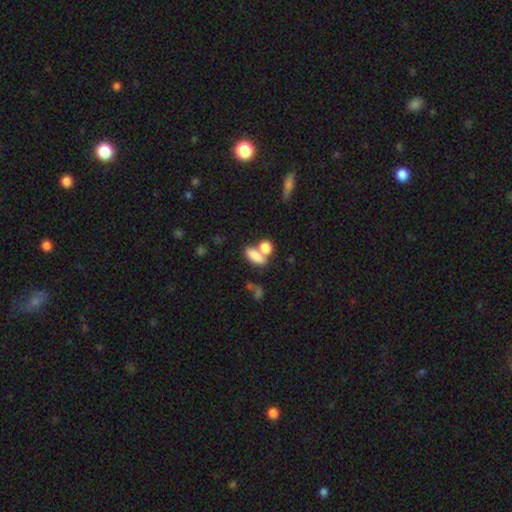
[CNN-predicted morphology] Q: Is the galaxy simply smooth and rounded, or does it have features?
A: smooth — 80%.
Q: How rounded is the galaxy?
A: in between — 79%.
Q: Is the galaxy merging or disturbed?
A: merger — 45%.